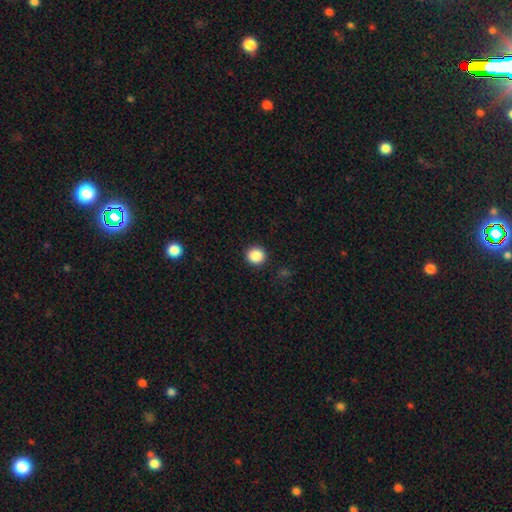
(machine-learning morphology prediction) Smooth or featured: smooth — 87% (star or artifact — 10%)
How rounded: round — 93% (in between — 6%)
Merging: none — 92% (minor disturbance — 5%)